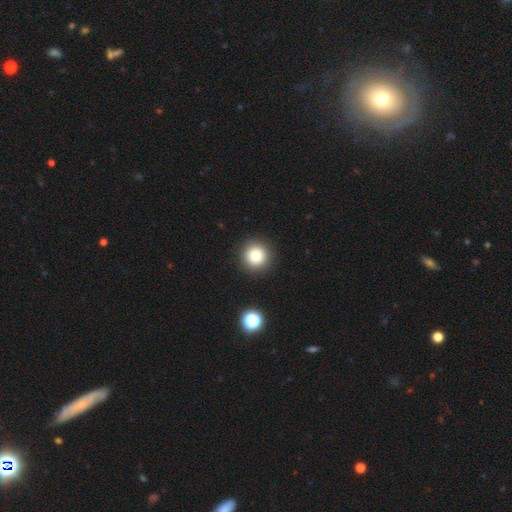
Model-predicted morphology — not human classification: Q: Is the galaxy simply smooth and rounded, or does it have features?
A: smooth — 78%.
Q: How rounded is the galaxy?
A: round — 95%.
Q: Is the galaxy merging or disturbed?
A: none — 92%.